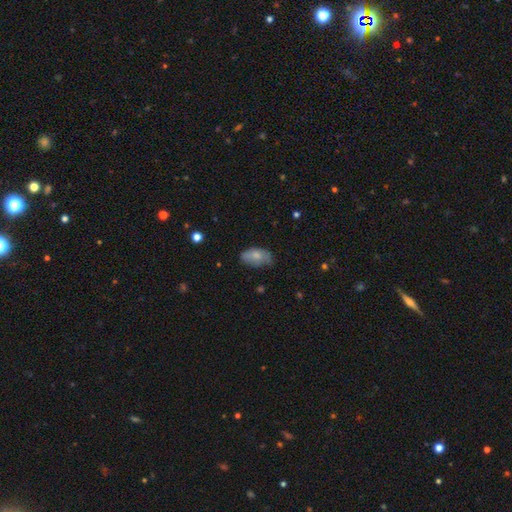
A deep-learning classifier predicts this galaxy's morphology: smooth 75%, featured or disk 17%, star or artifact 8%. Down the decision tree: how rounded — in between (93%); merging — none (57%).